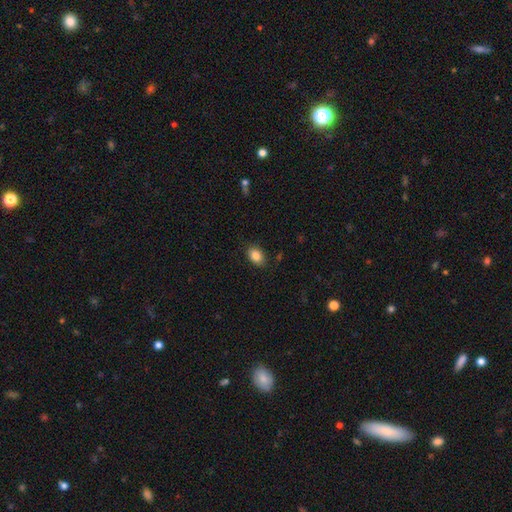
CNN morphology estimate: Overall: smooth (86%). How rounded: in between (83%). Merging: none (85%).